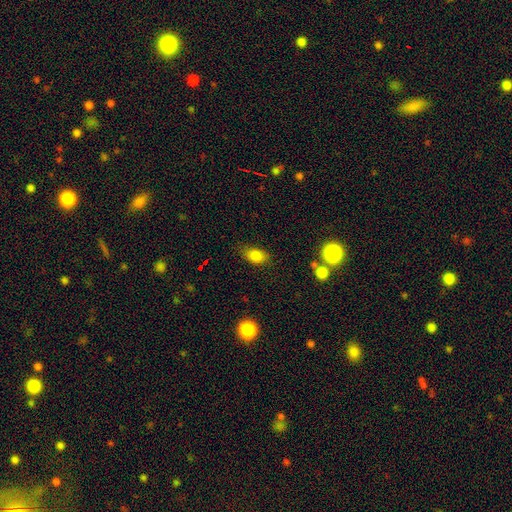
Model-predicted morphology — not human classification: type=smooth (82%); roundness=in between (80%); merging=none (76%).